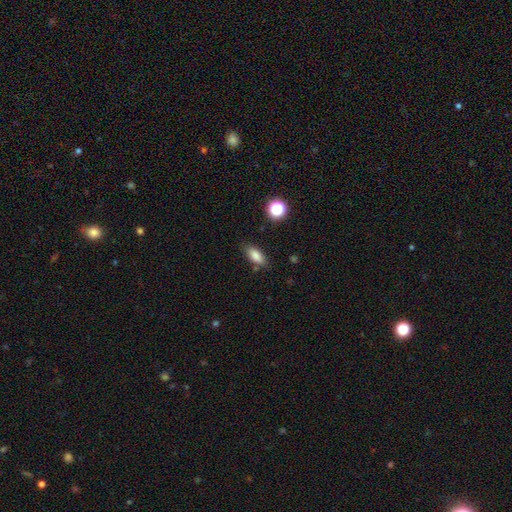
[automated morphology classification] A smooth galaxy with no disk features (84%) that is in between round and cigar-shaped (83%). Merging: none (81%).